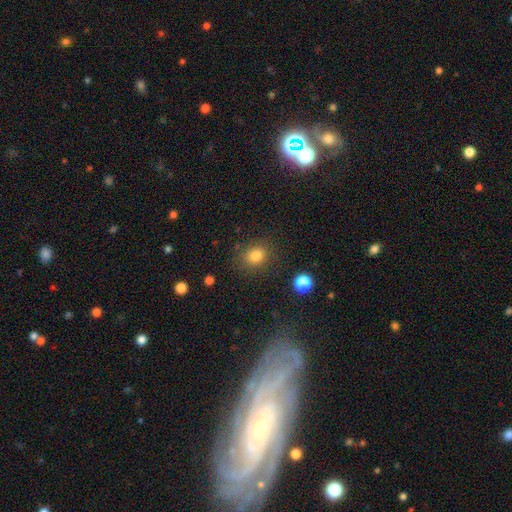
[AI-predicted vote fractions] smooth 83%, star or artifact 11%, featured or disk 6%. Down the decision tree: how rounded — round (55%); merging — none (82%).